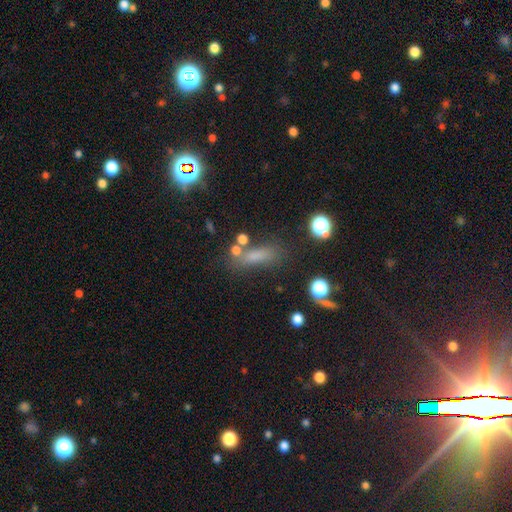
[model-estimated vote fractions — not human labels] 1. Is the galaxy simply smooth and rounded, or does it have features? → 65% smooth, 21% star or artifact, 14% featured or disk.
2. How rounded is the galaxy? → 48% cigar-shaped, 42% in between, 10% round.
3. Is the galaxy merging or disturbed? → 62% none, 16% minor disturbance, 13% merger, 9% major disturbance.